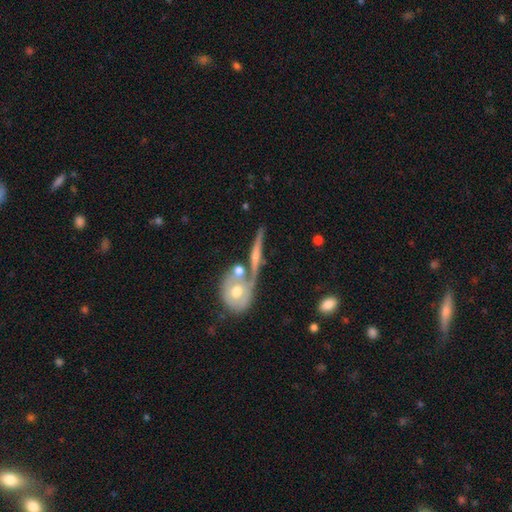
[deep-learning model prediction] This appears to be a featured or disk galaxy (66%) viewed edge-on (83%) with a rounded central bulge (68%). Merging: none (48%).